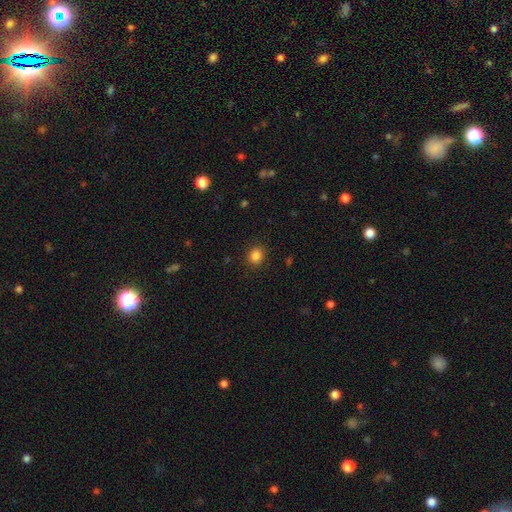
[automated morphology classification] Overall: smooth (85%). How rounded: round (77%). Merging: none (90%).